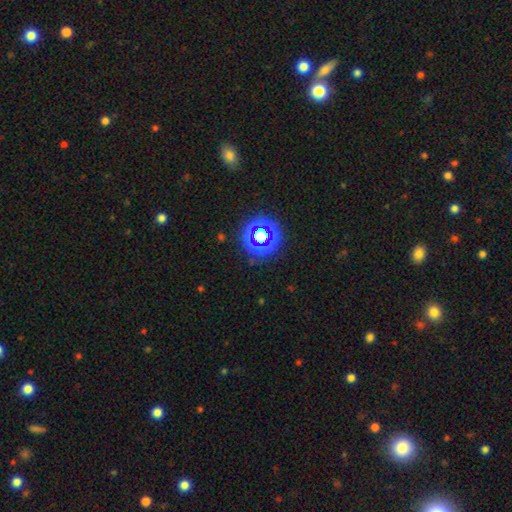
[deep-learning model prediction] The model was most divided on "smooth or featured": smooth: 50%, star or artifact: 43%, featured or disk: 7%. More confident: how rounded — round (90%); merging — none (89%).